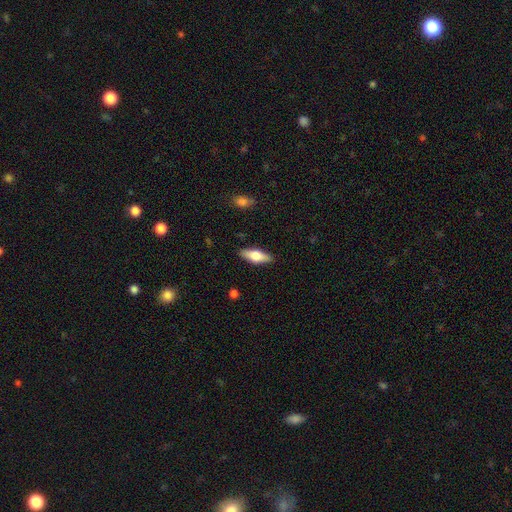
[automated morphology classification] Smooth or featured? smooth (58%)
How rounded? in between (63%)
Merging? none (89%)